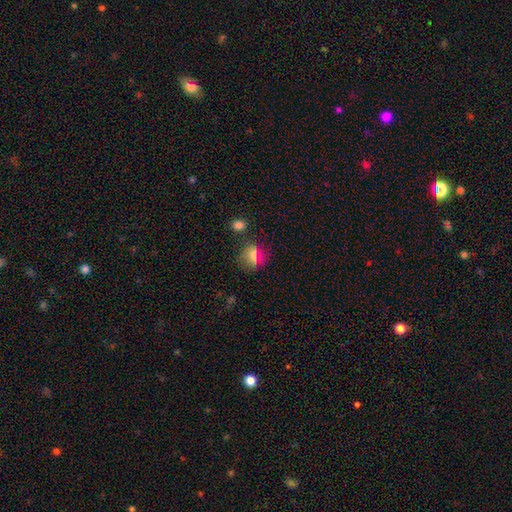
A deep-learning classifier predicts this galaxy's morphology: type=smooth (69%); roundness=round (69%); merging=none (80%).